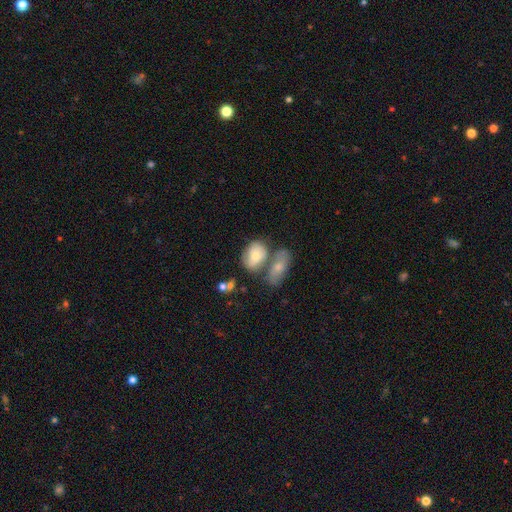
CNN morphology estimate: Overall: smooth (67%). How rounded: in between (76%). Merging: merger (40%; none 38%).